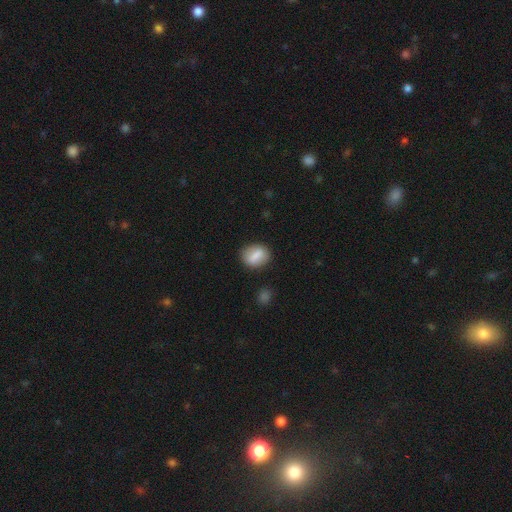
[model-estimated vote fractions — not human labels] Q: Smooth or featured?
A: smooth (78%); runner-up: featured or disk (15%)
Q: How rounded?
A: in between (61%); runner-up: round (36%)
Q: Merging?
A: none (83%); runner-up: minor disturbance (12%)